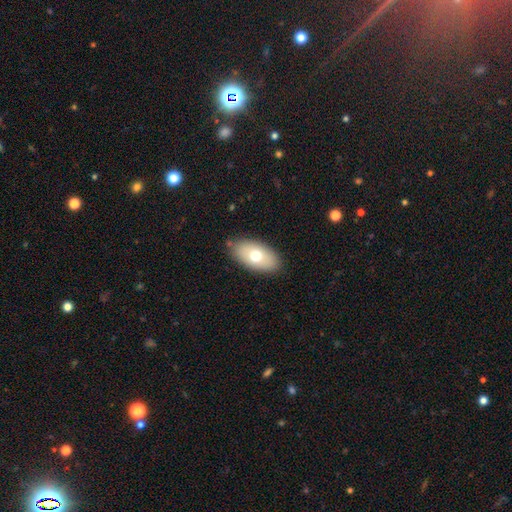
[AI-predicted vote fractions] Smooth or featured? Predicted: smooth (p=0.67). How rounded? Predicted: in between (p=0.93). Merging? Predicted: none (p=0.83).